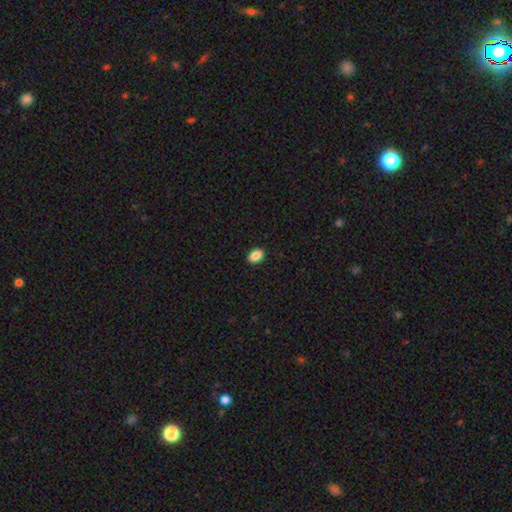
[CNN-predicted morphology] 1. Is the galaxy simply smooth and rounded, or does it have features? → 88% smooth, 8% star or artifact, 4% featured or disk.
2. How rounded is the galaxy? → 82% in between, 16% round, 1% cigar-shaped.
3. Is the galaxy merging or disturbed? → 91% none, 7% minor disturbance, 2% major disturbance, 1% merger.